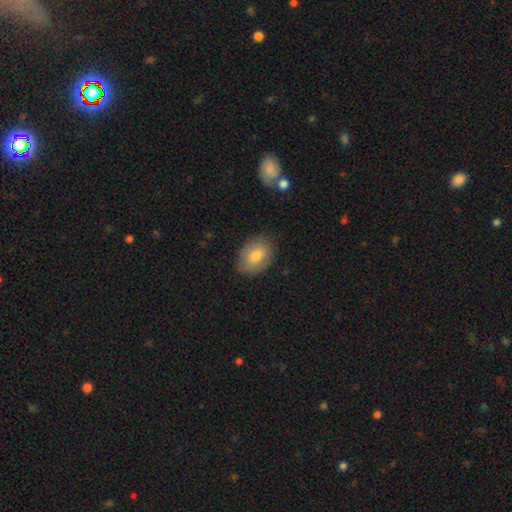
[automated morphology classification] A smooth galaxy with no disk features (77%) that is in between round and cigar-shaped (81%). Merging: none (83%).